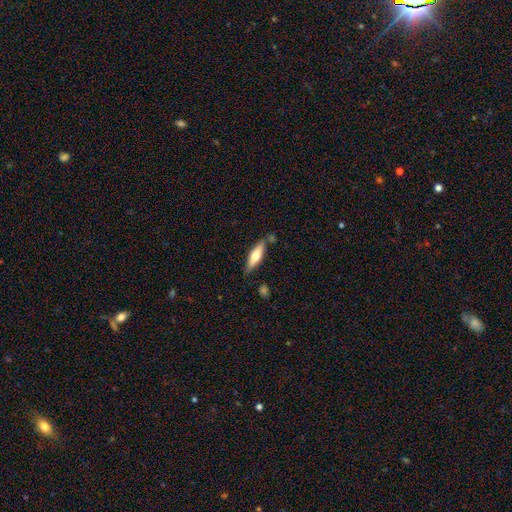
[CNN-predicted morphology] The model was most divided on "smooth or featured": smooth: 55%, featured or disk: 39%, star or artifact: 6%. More confident: merging — none (77%); how rounded — cigar-shaped (58%).